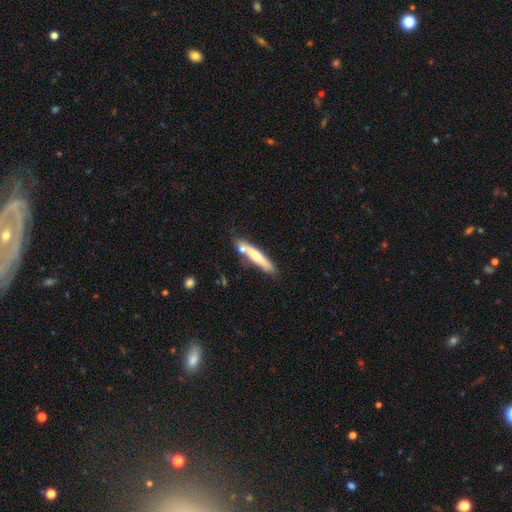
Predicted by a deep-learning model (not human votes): A smooth galaxy with no disk features (57%) that is cigar-shaped (89%). Merging: none (63%).